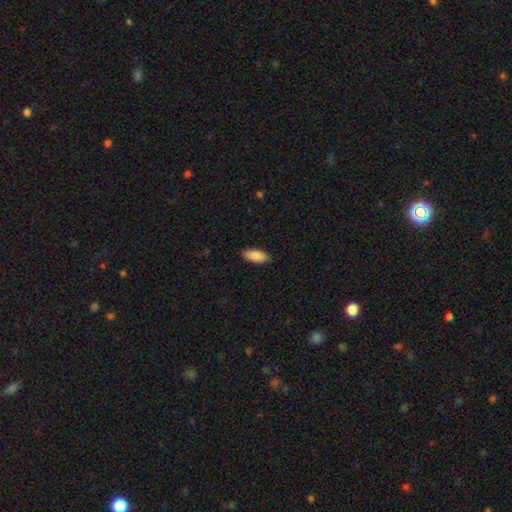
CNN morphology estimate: A smooth galaxy with no disk features (90%) that is in between round and cigar-shaped (86%).

Vote fractions:
- Smooth or featured? smooth: 90% / star or artifact: 6% / featured or disk: 4%
- How rounded? in between: 86% / cigar-shaped: 12% / round: 2%
- Merging? none: 89% / minor disturbance: 8% / major disturbance: 2% / merger: 1%